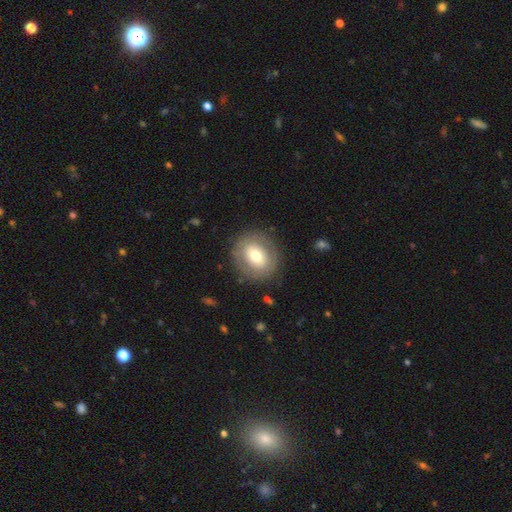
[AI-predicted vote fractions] Smooth or featured? Predicted: smooth (p=0.62). How rounded? Predicted: round (p=0.74). Merging? Predicted: none (p=0.85).